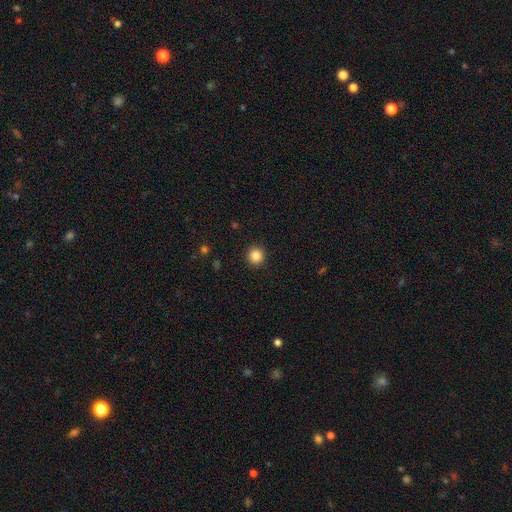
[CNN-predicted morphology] Smooth or featured? smooth (85%)
How rounded? round (93%)
Merging? none (92%)